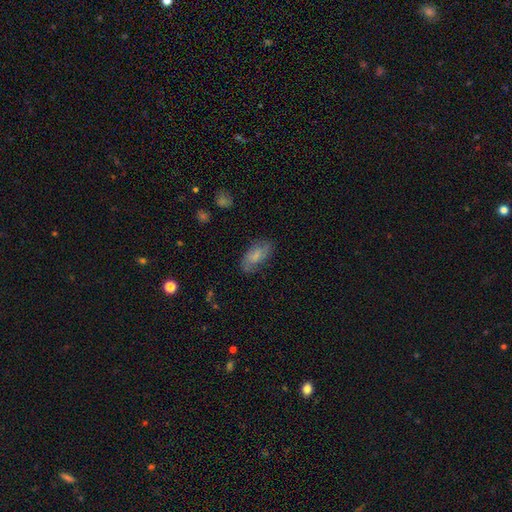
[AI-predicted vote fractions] Smooth or featured? smooth (66%)
How rounded? in between (89%)
Merging? none (75%)